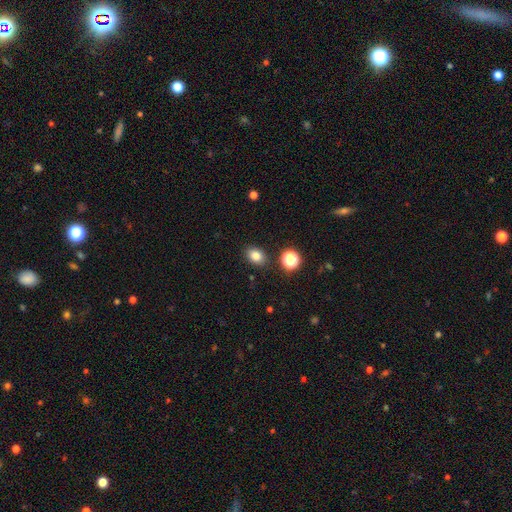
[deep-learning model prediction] The model was most divided on "how rounded": in between: 65%, round: 34%, cigar-shaped: 1%. More confident: merging — none (85%); smooth or featured — smooth (82%).